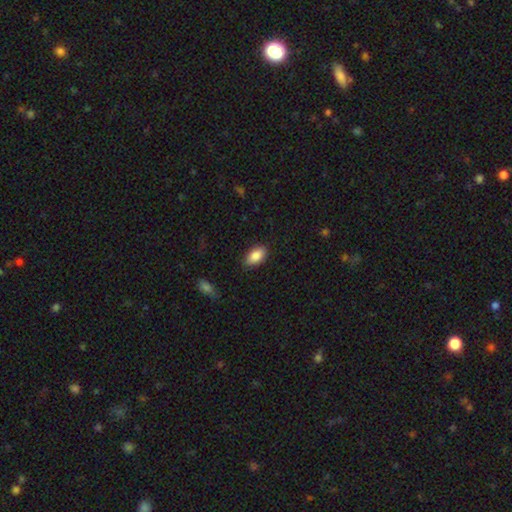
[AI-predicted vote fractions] smooth 87%, star or artifact 7%, featured or disk 6%. Down the decision tree: how rounded — in between (93%); merging — none (85%).